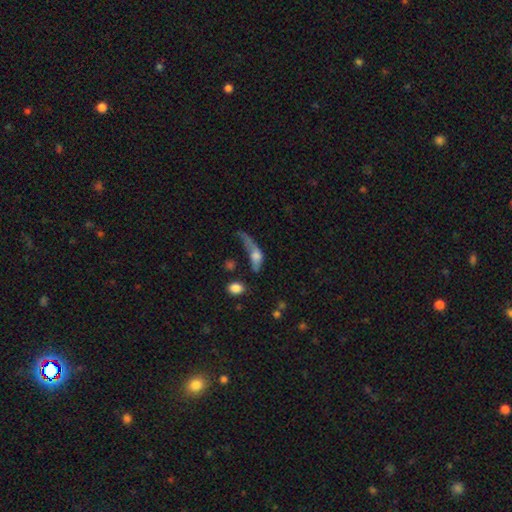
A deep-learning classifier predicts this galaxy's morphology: smooth_or_featured: smooth (p=0.56) [alt: featured or disk p=0.34]
how_rounded: in between (p=0.57) [alt: cigar-shaped p=0.33]
merging: major disturbance (p=0.55) [alt: none p=0.17]